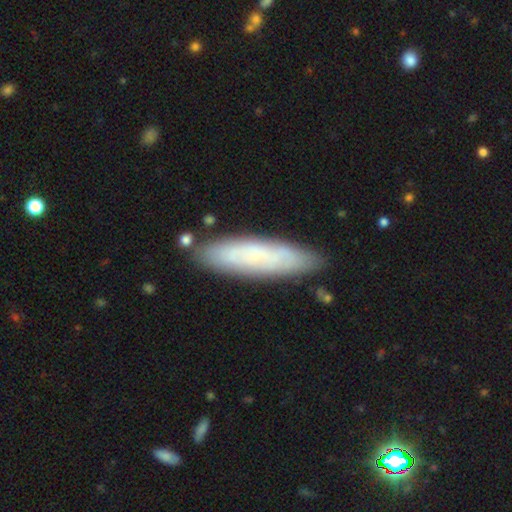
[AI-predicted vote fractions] Overall: smooth (60%; featured or disk 33%). How rounded: cigar-shaped (68%; in between 30%). Merging: none (81%).